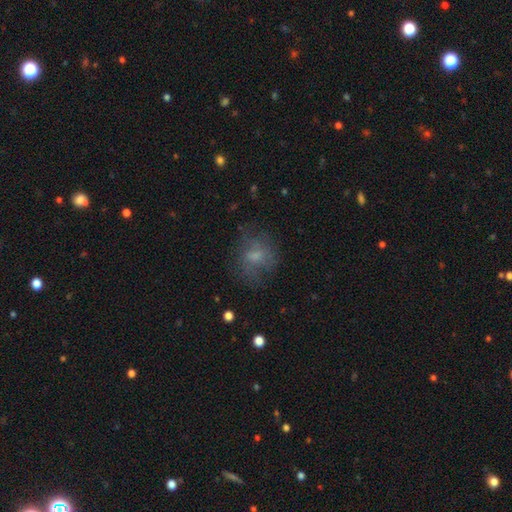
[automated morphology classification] type=smooth (58%); roundness=round (59%); merging=none (58%).